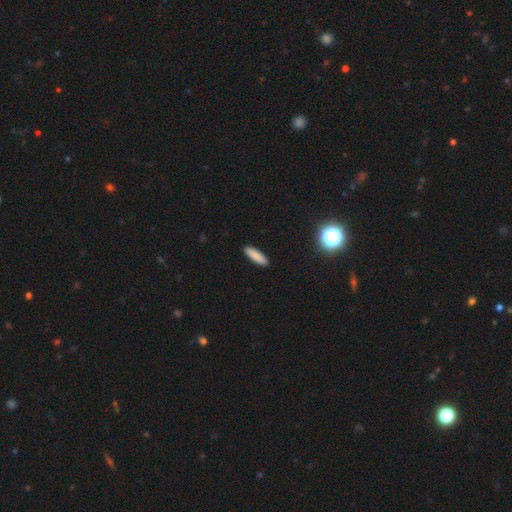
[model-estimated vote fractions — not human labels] Smooth or featured?
  - smooth: 87% *
  - star or artifact: 8%
  - featured or disk: 6%
How rounded?
  - cigar-shaped: 66% *
  - in between: 32%
  - round: 2%
Merging?
  - none: 91% *
  - minor disturbance: 6%
  - major disturbance: 1%
  - merger: 1%